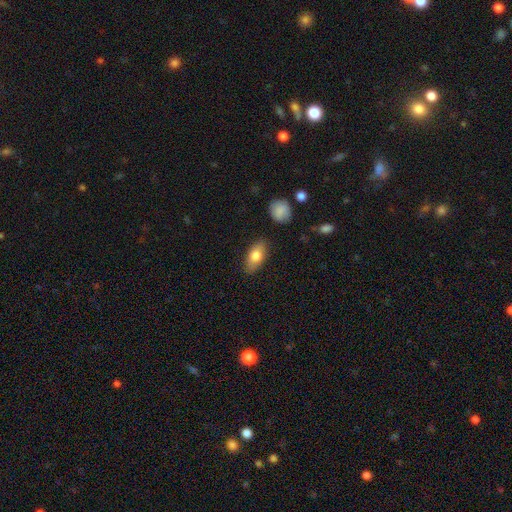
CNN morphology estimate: This is likely a smooth galaxy (76%). How rounded: clearly in between (87%). Merging: clearly none (85%).